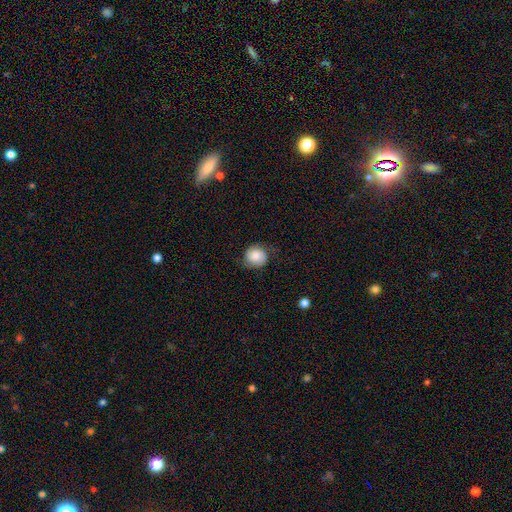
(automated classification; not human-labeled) smooth_or_featured: smooth (p=0.57) [alt: featured or disk p=0.34]
how_rounded: round (p=0.82) [alt: in between p=0.17]
merging: none (p=0.71) [alt: minor disturbance p=0.21]